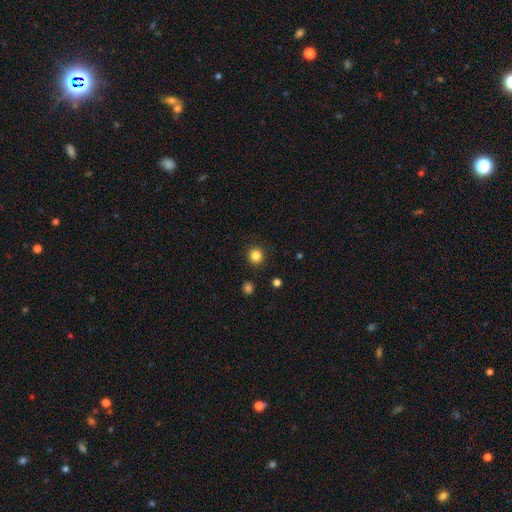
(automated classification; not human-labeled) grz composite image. It shows a smooth galaxy with no disk features (84%) that is round (93%). Merging: none (91%).